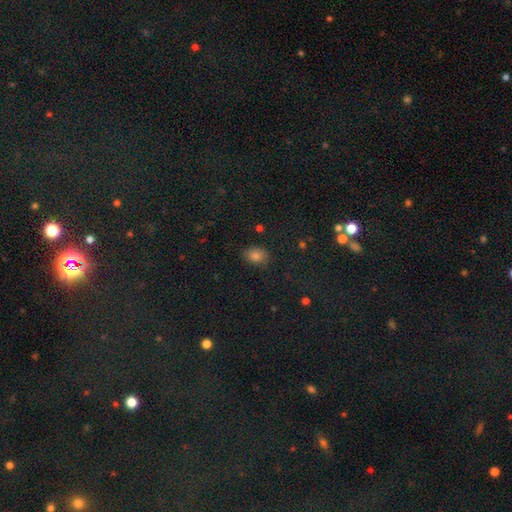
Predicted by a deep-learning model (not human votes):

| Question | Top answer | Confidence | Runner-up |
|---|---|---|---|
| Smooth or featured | smooth | 78% | star or artifact (15%) |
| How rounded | in between | 64% | round (35%) |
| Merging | none | 82% | minor disturbance (14%) |